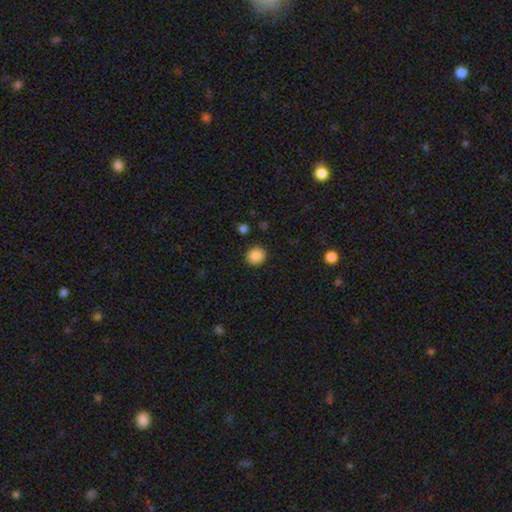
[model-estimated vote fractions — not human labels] Q: Smooth or featured?
A: smooth (87%); runner-up: star or artifact (10%)
Q: How rounded?
A: round (88%); runner-up: in between (11%)
Q: Merging?
A: none (89%); runner-up: minor disturbance (7%)